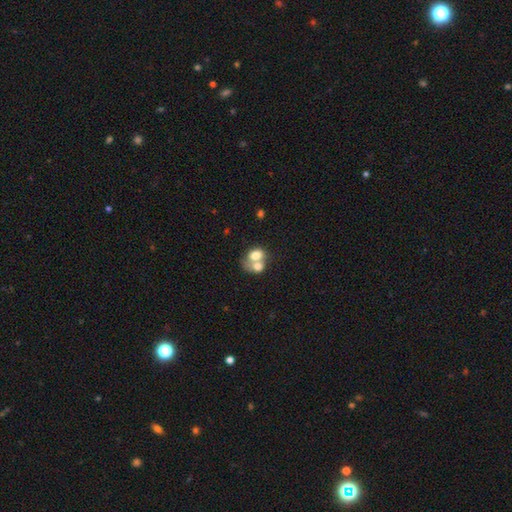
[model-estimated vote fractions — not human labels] Overall: smooth (67%). How rounded: in between (58%; round 41%). Merging: merger (73%).